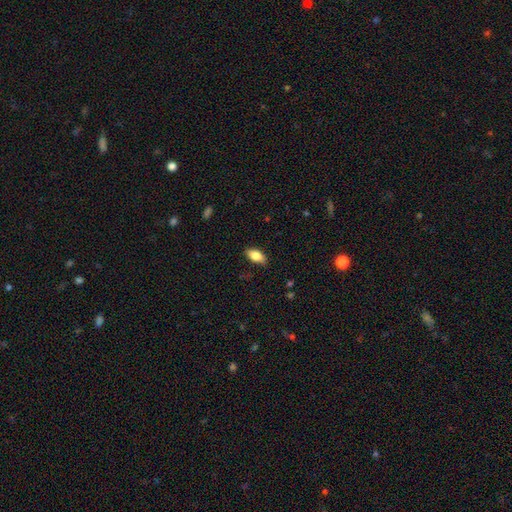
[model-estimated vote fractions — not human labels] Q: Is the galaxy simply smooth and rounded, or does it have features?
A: smooth — 80%.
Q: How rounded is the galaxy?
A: in between — 88%.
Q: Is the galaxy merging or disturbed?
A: none — 84%.